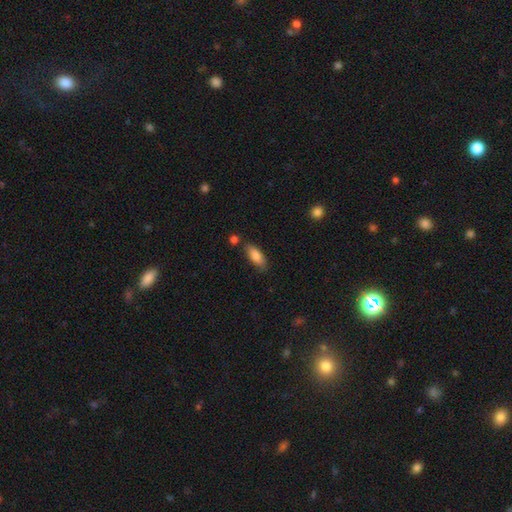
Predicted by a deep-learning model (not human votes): smooth_or_featured: smooth (p=0.81) [alt: featured or disk p=0.12]
how_rounded: in between (p=0.73) [alt: cigar-shaped p=0.25]
merging: none (p=0.75) [alt: minor disturbance p=0.16]